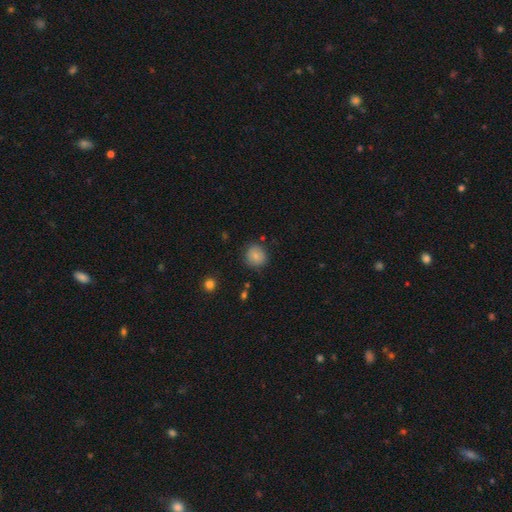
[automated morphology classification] smooth 81%, star or artifact 10%, featured or disk 10%. Down the decision tree: how rounded — round (87%); merging — none (81%).